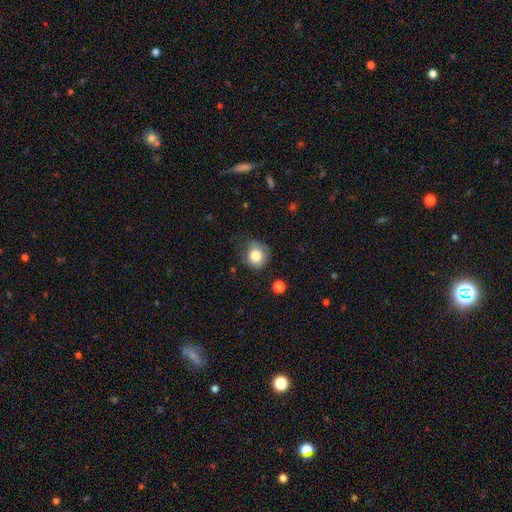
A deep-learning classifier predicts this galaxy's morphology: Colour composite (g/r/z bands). It shows a smooth galaxy with no disk features (81%) that is round (82%). Merging: none (67%).